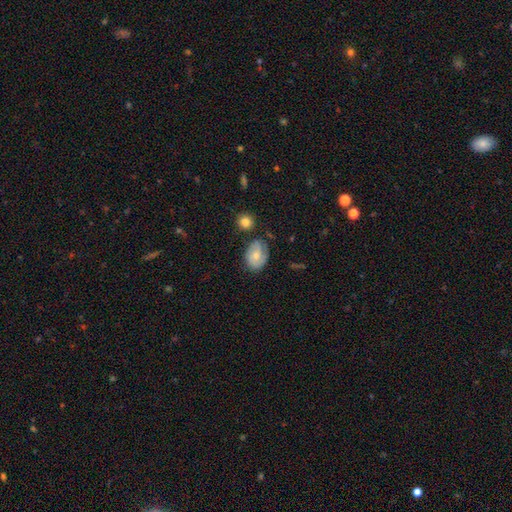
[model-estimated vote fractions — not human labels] This is possibly a featured or disk galaxy (47%). Merging: possibly none (56%).